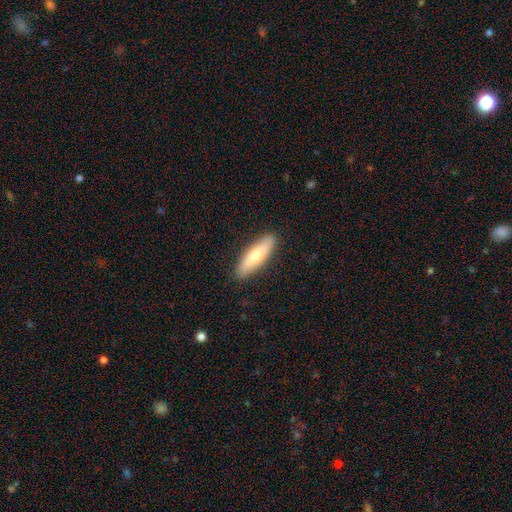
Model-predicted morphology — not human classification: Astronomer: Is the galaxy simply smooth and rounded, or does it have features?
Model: smooth — 67%.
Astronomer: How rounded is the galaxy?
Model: cigar-shaped — 68%.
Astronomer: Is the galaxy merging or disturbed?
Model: none — 90%.